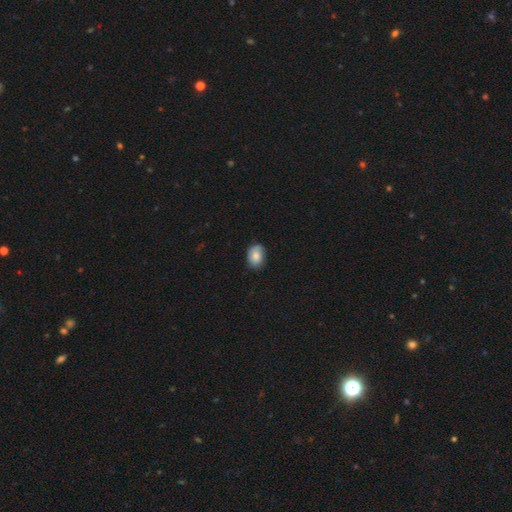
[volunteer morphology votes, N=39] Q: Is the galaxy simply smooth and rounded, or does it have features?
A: smooth — 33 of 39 (85%).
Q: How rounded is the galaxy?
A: in between — 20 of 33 (61%).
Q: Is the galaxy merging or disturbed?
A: none — 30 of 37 (81%).